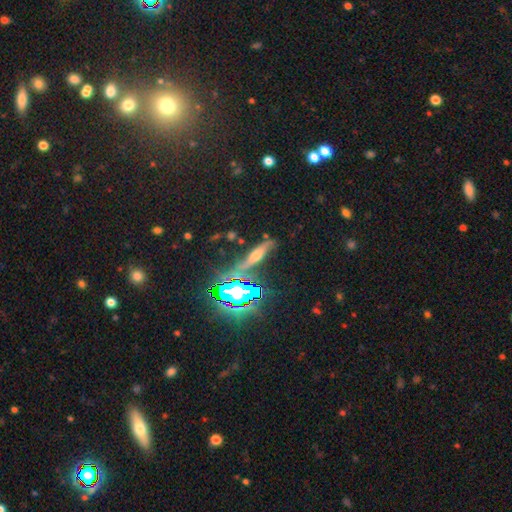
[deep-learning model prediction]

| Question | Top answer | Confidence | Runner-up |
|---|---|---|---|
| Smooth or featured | featured or disk | 42% | star or artifact (30%) |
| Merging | none | 71% | minor disturbance (16%) |